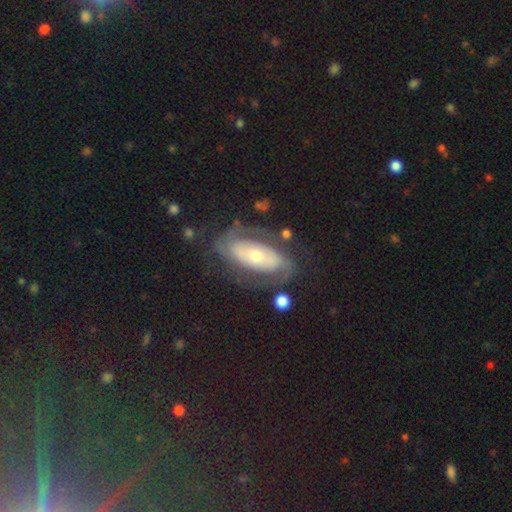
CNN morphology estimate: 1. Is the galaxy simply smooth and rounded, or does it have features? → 78% featured or disk, 16% smooth, 6% star or artifact.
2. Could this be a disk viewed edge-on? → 93% no, 7% yes.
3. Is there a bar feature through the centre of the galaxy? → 61% no, 22% weak, 17% strong.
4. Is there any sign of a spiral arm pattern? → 85% yes, 15% no.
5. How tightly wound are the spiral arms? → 49% tight, 35% medium, 16% loose.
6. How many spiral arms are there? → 71% 2, 18% can't tell, 4% 1, 4% 3, 2% 4, 2% more than 4.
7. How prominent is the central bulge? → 55% moderate, 36% small, 6% large, 1% dominant, 1% none.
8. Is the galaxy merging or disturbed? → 68% none, 17% minor disturbance, 13% major disturbance, 3% merger.